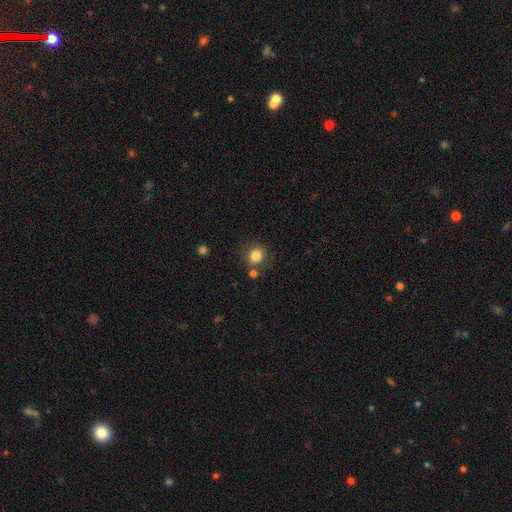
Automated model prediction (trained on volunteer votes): This appears to be a smooth galaxy with no disk features (83%) that is round (84%). Merging: none (75%).